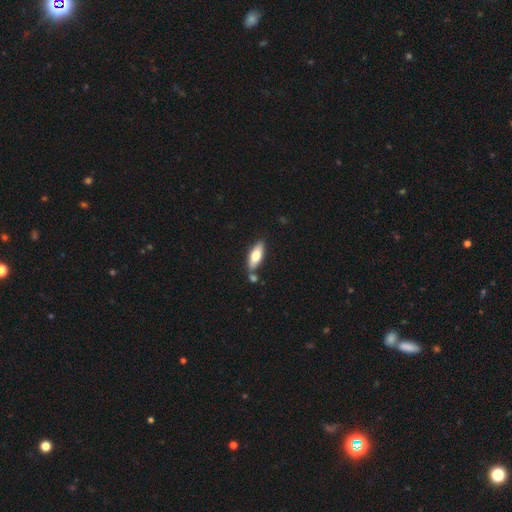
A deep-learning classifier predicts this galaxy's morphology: Smooth or featured: smooth — 69% (featured or disk — 25%)
How rounded: in between — 67% (cigar-shaped — 31%)
Merging: none — 69% (merger — 15%)